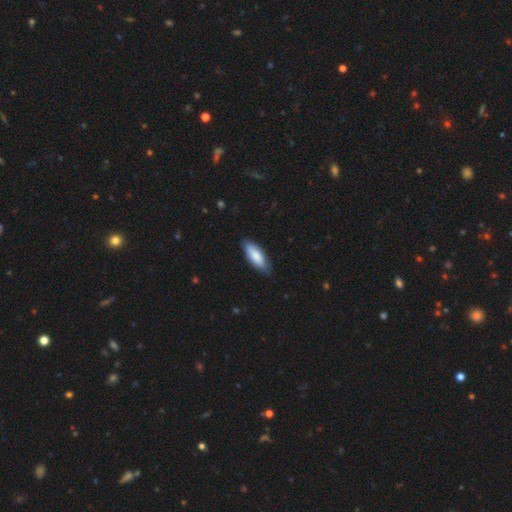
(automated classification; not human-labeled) Overall: smooth (83%). How rounded: in between (68%; cigar-shaped 31%). Merging: none (82%).